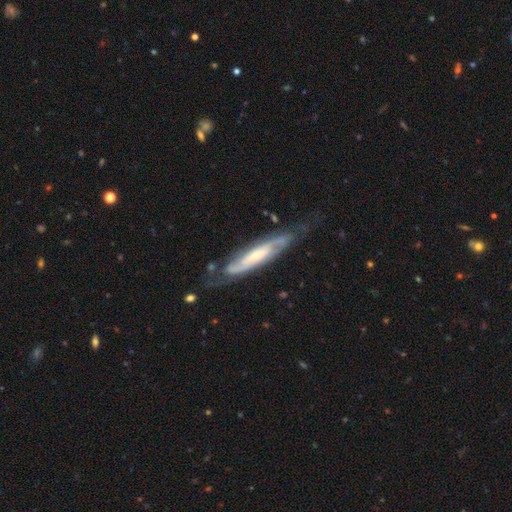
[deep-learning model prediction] Morphology: type=featured or disk (79%); edge-on=no (68%); bar=no (51%); spiral arms=yes (94%); winding=tight (47%); arm count=2 (66%); bulge=small (62%); merging=none (65%).